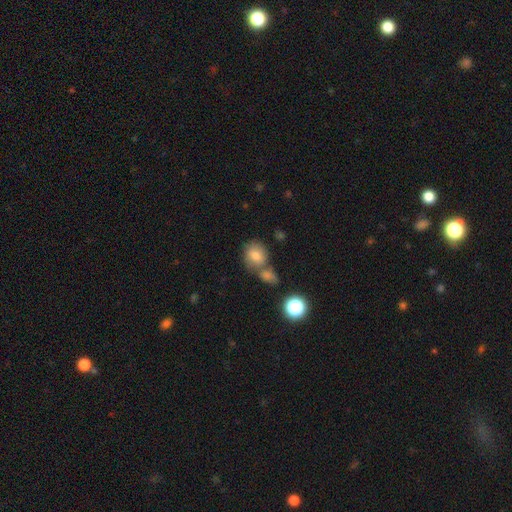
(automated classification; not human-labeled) Smooth or featured? smooth (76%)
How rounded? round (63%)
Merging? none (47%)